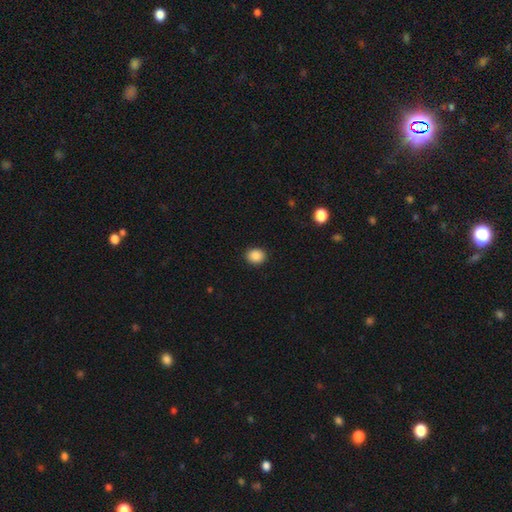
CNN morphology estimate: The model was most divided on "how rounded": round: 63%, in between: 36%, cigar-shaped: 1%. More confident: merging — none (91%); smooth or featured — smooth (88%).